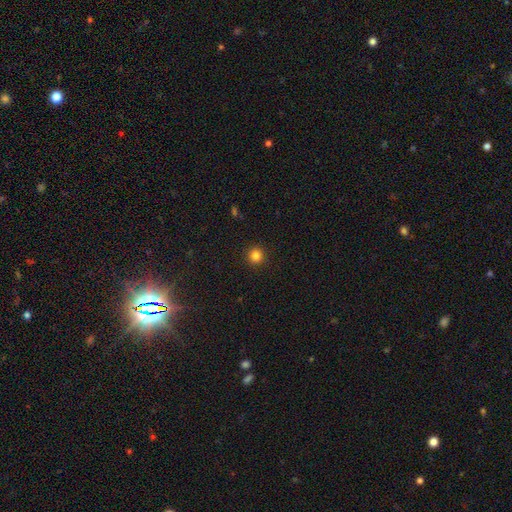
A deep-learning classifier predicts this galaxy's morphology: Smooth or featured: smooth — 83% (star or artifact — 13%)
How rounded: round — 95% (in between — 4%)
Merging: none — 93% (minor disturbance — 5%)